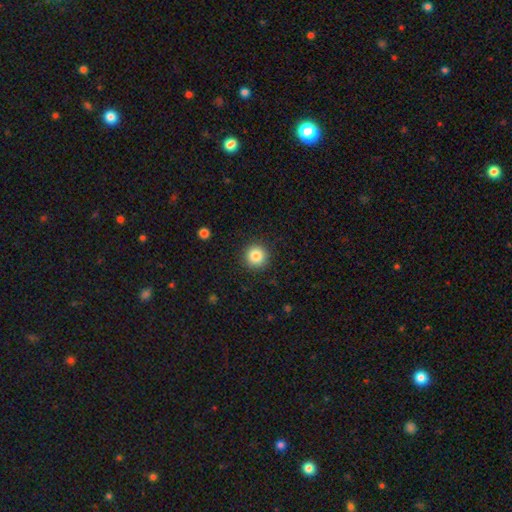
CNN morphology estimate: Smooth or featured? Predicted: smooth (p=0.84). How rounded? Predicted: round (p=0.95). Merging? Predicted: none (p=0.91).